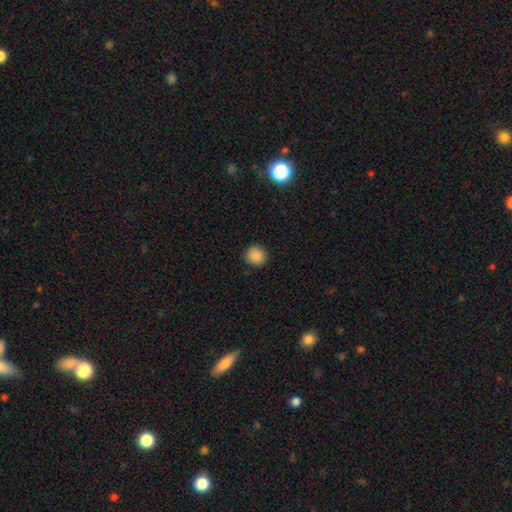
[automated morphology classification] smooth-or-featured: smooth: 87% | star or artifact: 10% | featured or disk: 3%
  how-rounded: round: 89% | in between: 10% | cigar-shaped: 1%
  merging: none: 90% | minor disturbance: 7% | major disturbance: 2% | merger: 1%